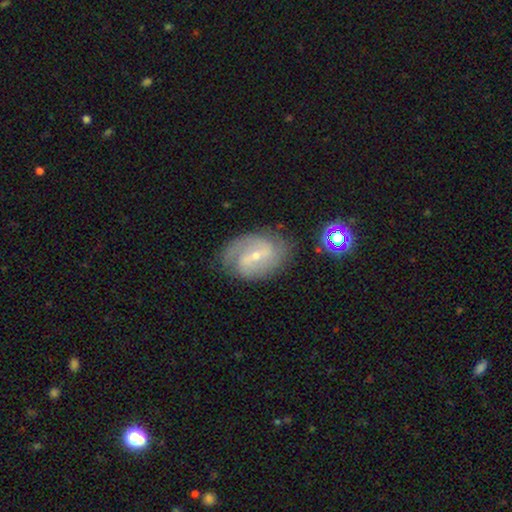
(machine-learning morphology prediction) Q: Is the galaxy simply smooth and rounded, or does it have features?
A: featured or disk — 79%.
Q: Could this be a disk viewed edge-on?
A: no — 96%.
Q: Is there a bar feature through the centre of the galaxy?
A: weak — 49%.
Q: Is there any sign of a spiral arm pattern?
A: yes — 92%.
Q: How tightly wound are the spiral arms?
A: medium — 42%.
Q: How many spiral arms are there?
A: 2 — 61%.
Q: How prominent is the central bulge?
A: small — 67%.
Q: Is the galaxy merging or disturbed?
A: none — 71%.